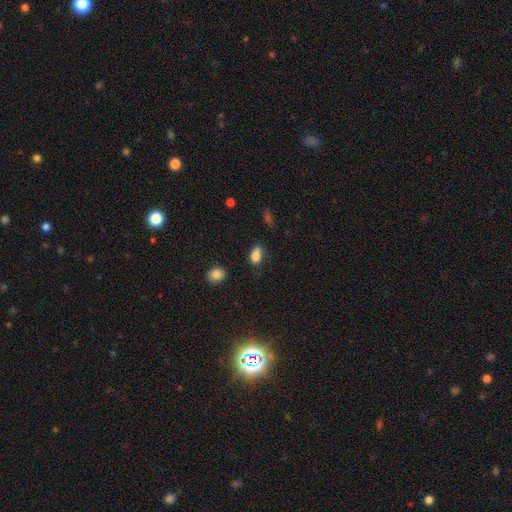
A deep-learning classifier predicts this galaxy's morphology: Smooth or featured: smooth — 84% (star or artifact — 9%)
How rounded: in between — 86% (round — 11%)
Merging: none — 75% (minor disturbance — 18%)